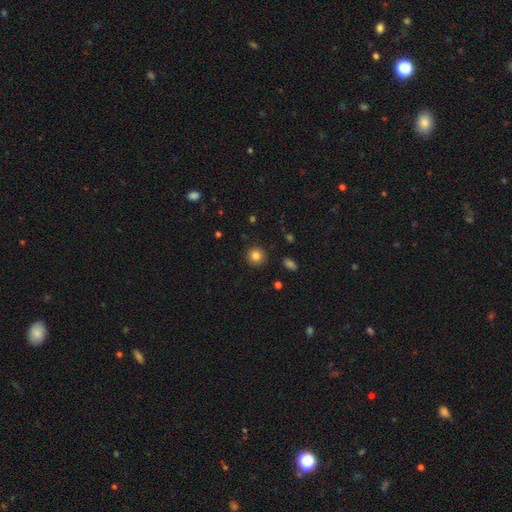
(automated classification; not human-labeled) smooth_or_featured: smooth (p=0.84) [alt: star or artifact p=0.11]
how_rounded: round (p=0.92) [alt: in between p=0.07]
merging: none (p=0.90) [alt: minor disturbance p=0.06]